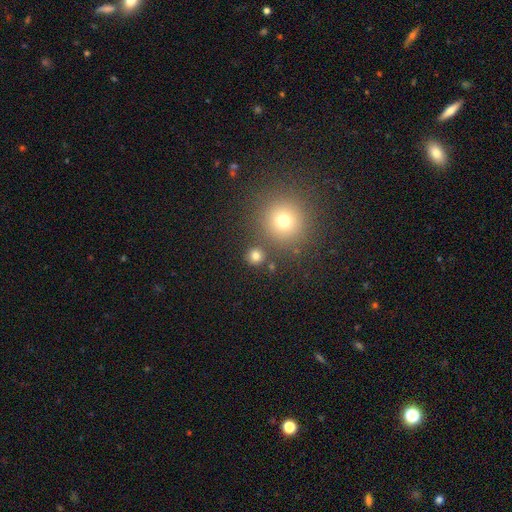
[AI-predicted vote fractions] Smooth or featured?
  - smooth: 76% *
  - star or artifact: 18%
  - featured or disk: 6%
How rounded?
  - round: 91% *
  - in between: 8%
  - cigar-shaped: 1%
Merging?
  - none: 82% *
  - merger: 8%
  - minor disturbance: 7%
  - major disturbance: 3%